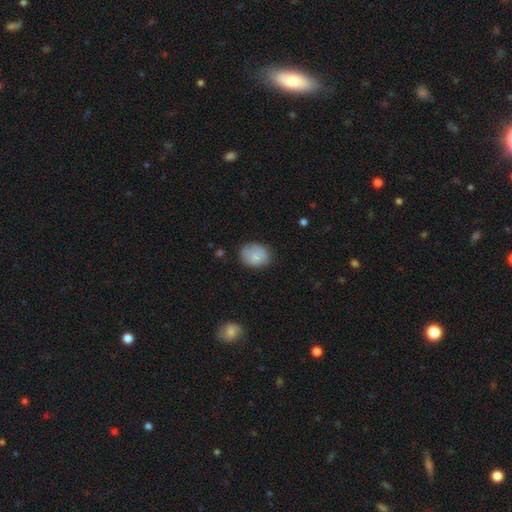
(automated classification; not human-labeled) Smooth or featured? smooth (82%)
How rounded? in between (54%)
Merging? none (70%)